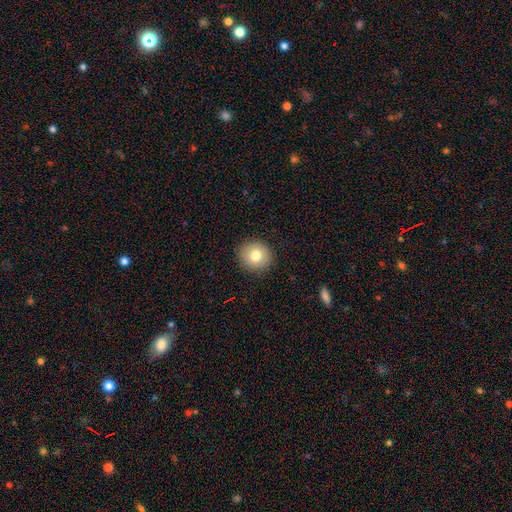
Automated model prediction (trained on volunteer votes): smooth_or_featured: smooth (p=0.78) [alt: featured or disk p=0.12]
how_rounded: round (p=0.86) [alt: in between p=0.13]
merging: none (p=0.91) [alt: minor disturbance p=0.06]